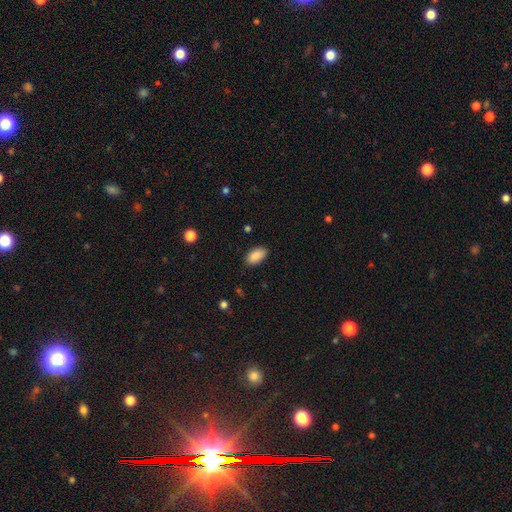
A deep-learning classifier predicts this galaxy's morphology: This is clearly a smooth galaxy (88%). How rounded: clearly in between (94%). Merging: clearly none (84%).